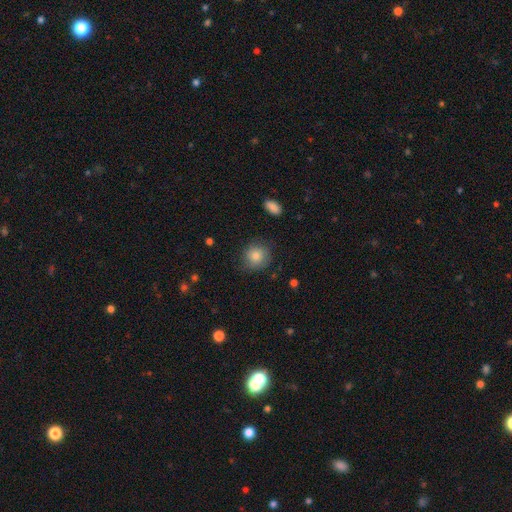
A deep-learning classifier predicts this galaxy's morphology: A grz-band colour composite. It shows a smooth galaxy with no disk features (79%) that is round (87%). Merging: none (76%).